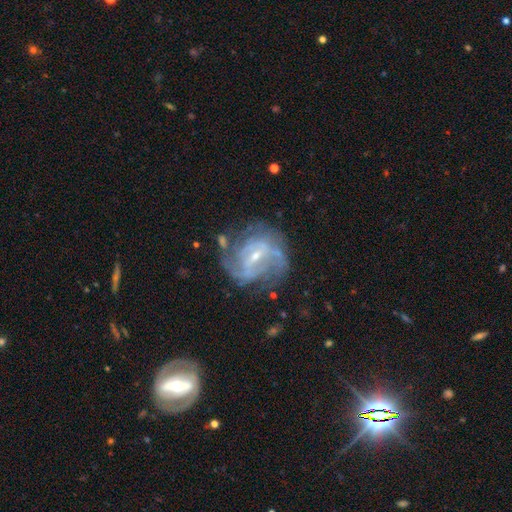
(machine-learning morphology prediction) smooth-or-featured: featured or disk: 85% | smooth: 8% | star or artifact: 7%
  disk-edge-on: no: 97% | yes: 3%
    bar: weak: 49% | strong: 34% | no: 18%
    has-spiral-arms: yes: 90% | no: 10%
      spiral-winding: medium: 43% | tight: 40% | loose: 17%
      spiral-arm-count: 2: 39% | can't tell: 29% | 3: 17% | 4: 6% | 1: 5% | more than 4: 4%
    bulge-size: small: 65% | moderate: 31% | none: 2% | large: 2% | dominant: 1%
  merging: none: 57% | minor disturbance: 22% | major disturbance: 17% | merger: 4%